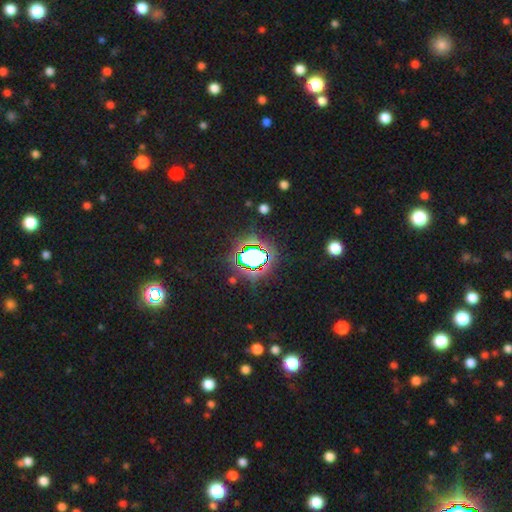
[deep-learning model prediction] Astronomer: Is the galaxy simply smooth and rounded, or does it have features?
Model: star or artifact — 73%.